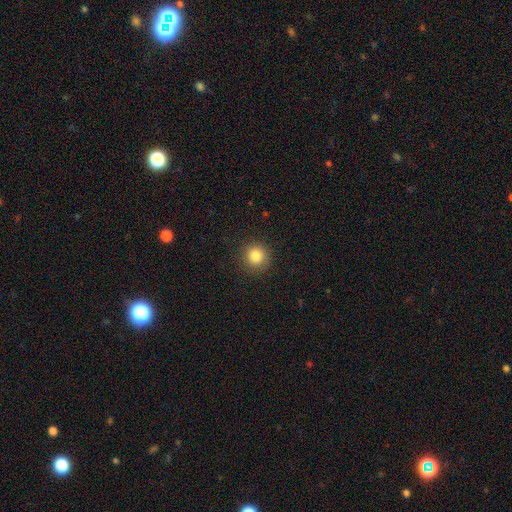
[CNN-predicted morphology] Overall: smooth (83%). How rounded: round (93%). Merging: none (90%).